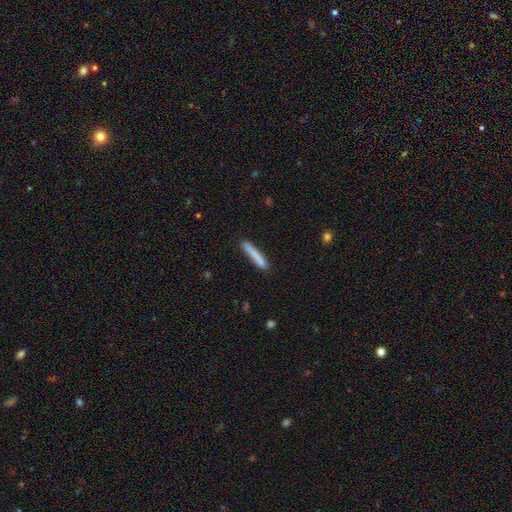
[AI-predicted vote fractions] A smooth galaxy with no disk features (79%) that is cigar-shaped (95%).

Vote fractions:
- Smooth or featured? smooth: 79% / featured or disk: 14% / star or artifact: 6%
- How rounded? cigar-shaped: 95% / in between: 4% / round: 1%
- Merging? none: 84% / minor disturbance: 12% / major disturbance: 2% / merger: 2%